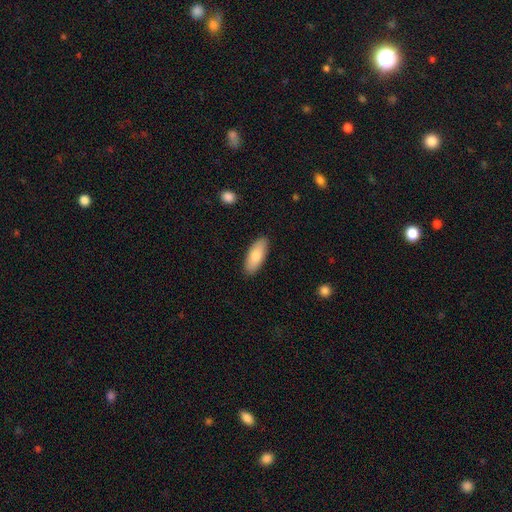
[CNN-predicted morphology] smooth 81%, featured or disk 13%, star or artifact 5%. Down the decision tree: how rounded — in between (80%); merging — none (89%).